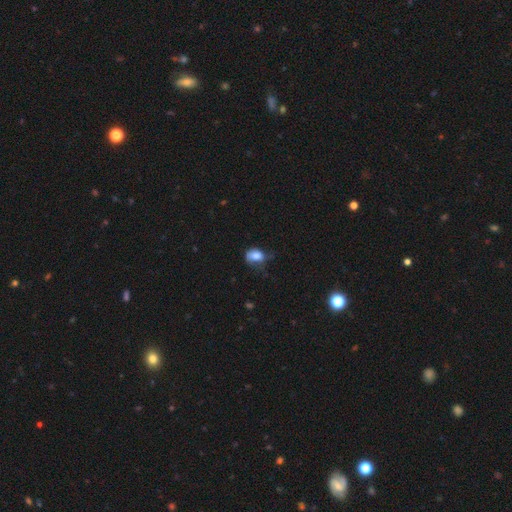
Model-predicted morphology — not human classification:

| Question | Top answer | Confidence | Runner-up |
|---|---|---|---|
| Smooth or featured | smooth | 77% | featured or disk (14%) |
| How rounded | in between | 70% | round (28%) |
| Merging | none | 37% | tied: minor disturbance (37%) |